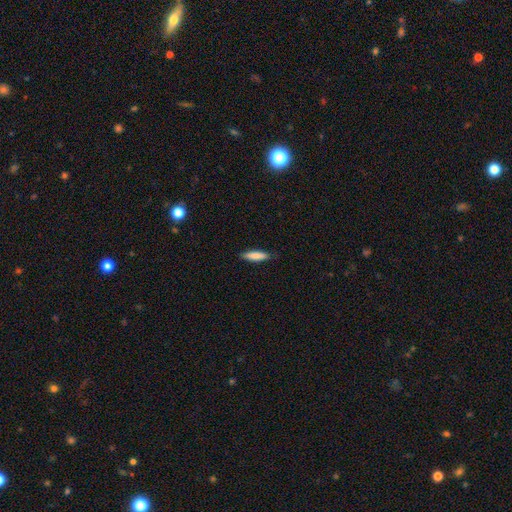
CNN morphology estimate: smooth_or_featured: smooth (p=0.83) [alt: featured or disk p=0.11]
how_rounded: cigar-shaped (p=0.74) [alt: in between p=0.24]
merging: none (p=0.87) [alt: minor disturbance p=0.10]